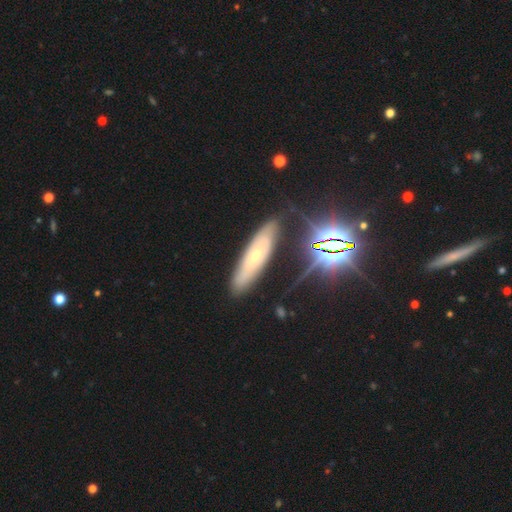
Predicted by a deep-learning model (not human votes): This is possibly a featured or disk galaxy (49%). Merging: likely none (79%).